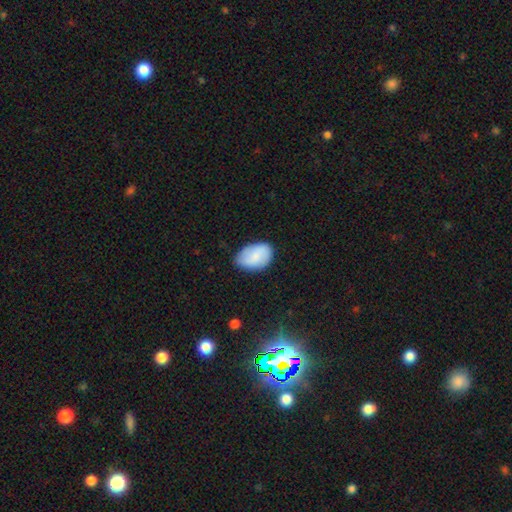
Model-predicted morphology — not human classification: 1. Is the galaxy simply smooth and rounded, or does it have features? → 81% smooth, 13% featured or disk, 6% star or artifact.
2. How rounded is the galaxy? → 89% in between, 10% round, 1% cigar-shaped.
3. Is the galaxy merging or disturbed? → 70% none, 24% minor disturbance, 4% major disturbance, 1% merger.